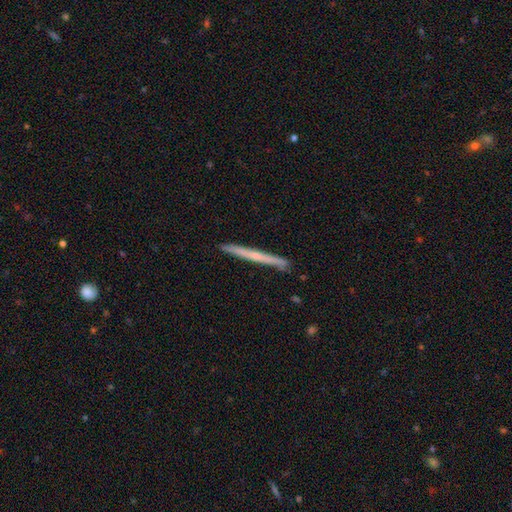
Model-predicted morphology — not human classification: smooth_or_featured: featured or disk (p=0.54) [alt: smooth p=0.40]
disk_edge_on: yes (p=0.97) [alt: no p=0.03]
edge_on_bulge: none (p=0.65) [alt: rounded p=0.30]
merging: none (p=0.90) [alt: minor disturbance p=0.07]